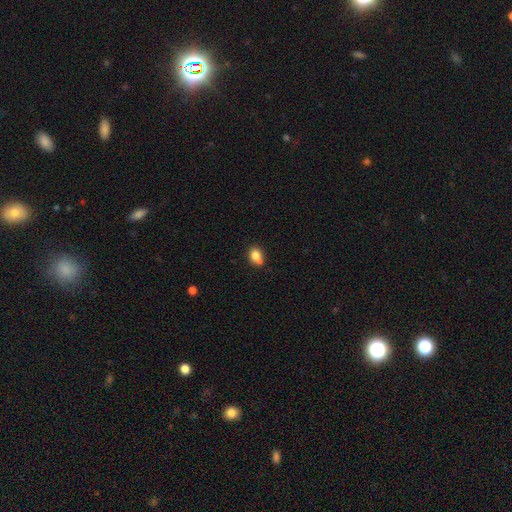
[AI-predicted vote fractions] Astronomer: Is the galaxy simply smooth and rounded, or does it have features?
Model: smooth — 81%.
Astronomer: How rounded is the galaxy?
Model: in between — 56% (runner-up: round, 43%).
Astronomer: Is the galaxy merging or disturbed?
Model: none — 54%.